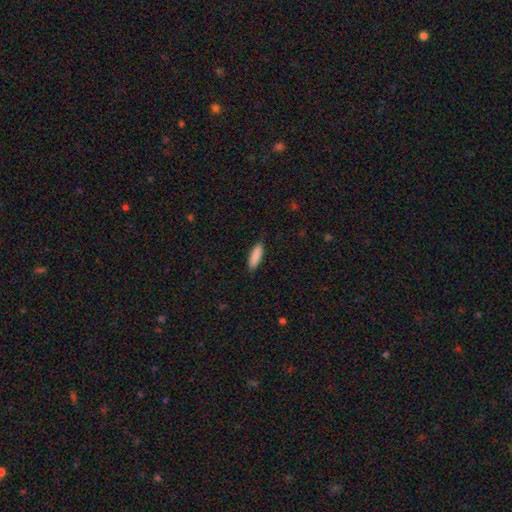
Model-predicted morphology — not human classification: Smooth or featured: smooth — 89% (star or artifact — 6%)
How rounded: cigar-shaped — 55% (in between — 43%)
Merging: none — 87% (minor disturbance — 10%)